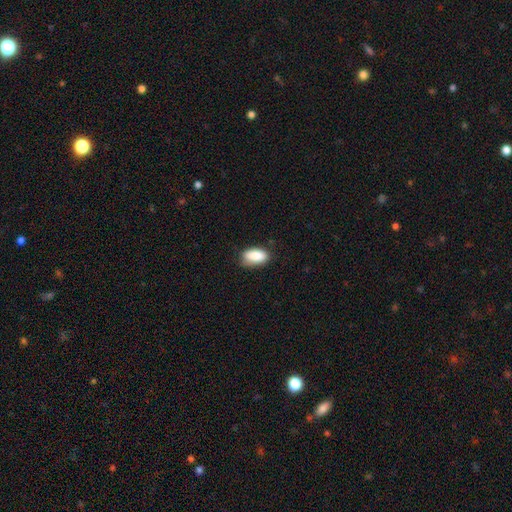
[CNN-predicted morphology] Smooth or featured? Predicted: smooth (p=0.87). How rounded? Predicted: in between (p=0.92). Merging? Predicted: none (p=0.72).